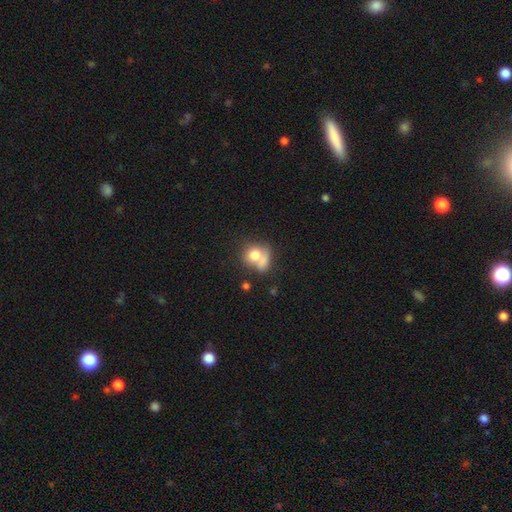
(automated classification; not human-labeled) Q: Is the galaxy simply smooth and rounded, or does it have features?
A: smooth — 75%.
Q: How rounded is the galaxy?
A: round — 69%.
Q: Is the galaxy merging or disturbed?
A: merger — 47%.